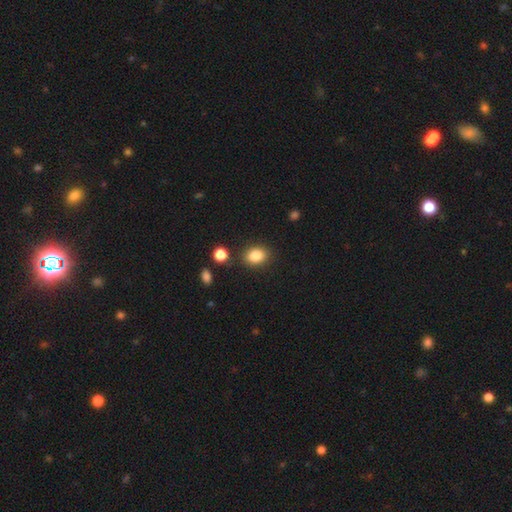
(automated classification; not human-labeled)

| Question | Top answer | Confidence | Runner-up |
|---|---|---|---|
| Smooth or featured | smooth | 85% | star or artifact (9%) |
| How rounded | in between | 66% | round (32%) |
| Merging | none | 84% | minor disturbance (9%) |